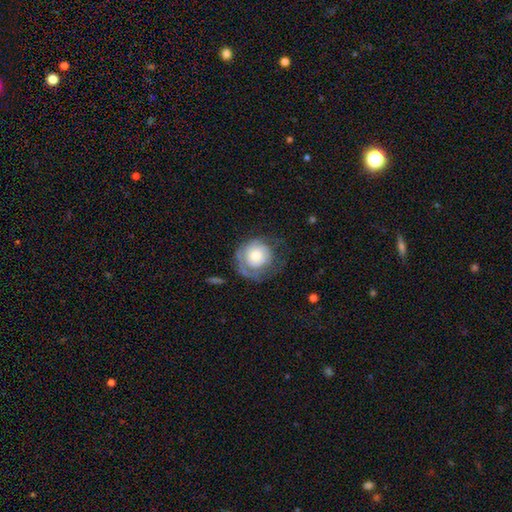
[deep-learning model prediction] Overall: featured or disk (47%; smooth 46%). Merging: none (46%; major disturbance 28%).